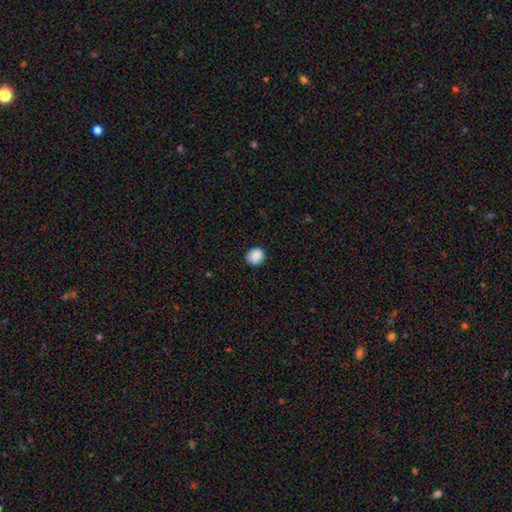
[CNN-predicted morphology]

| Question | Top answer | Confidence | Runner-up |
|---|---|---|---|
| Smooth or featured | smooth | 87% | star or artifact (8%) |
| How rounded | round | 84% | in between (15%) |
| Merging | none | 88% | minor disturbance (9%) |